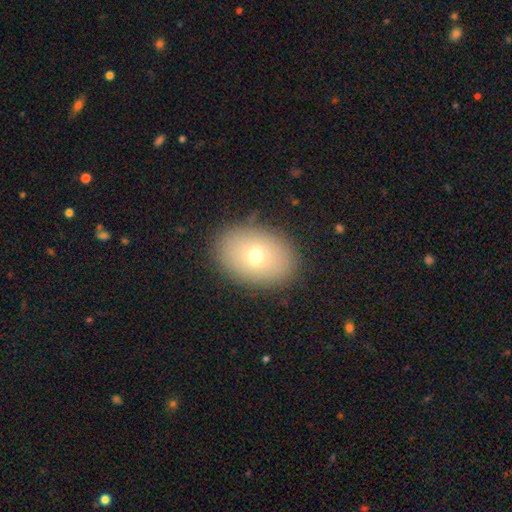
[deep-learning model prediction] Smooth or featured: smooth — 70% (featured or disk — 20%)
How rounded: in between — 80% (round — 18%)
Merging: none — 87% (minor disturbance — 9%)